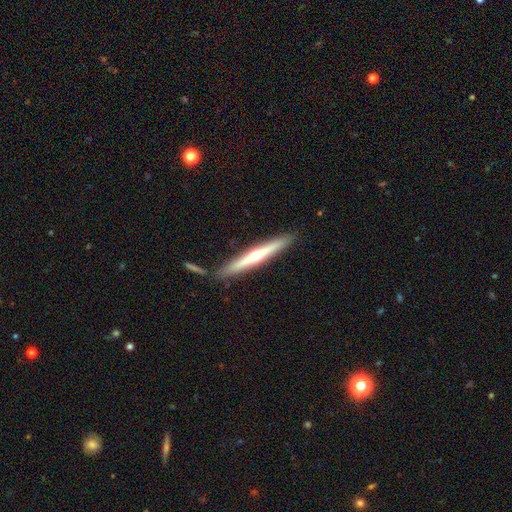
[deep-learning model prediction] This appears to be a featured or disk galaxy (64%) viewed edge-on (96%) with a rounded central bulge (77%). Merging: none (86%).